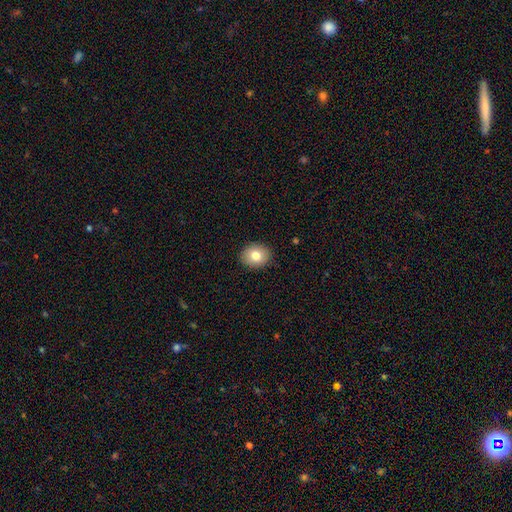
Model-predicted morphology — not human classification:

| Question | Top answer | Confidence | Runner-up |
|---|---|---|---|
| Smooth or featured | smooth | 80% | featured or disk (11%) |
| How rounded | round | 65% | in between (34%) |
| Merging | none | 91% | minor disturbance (7%) |